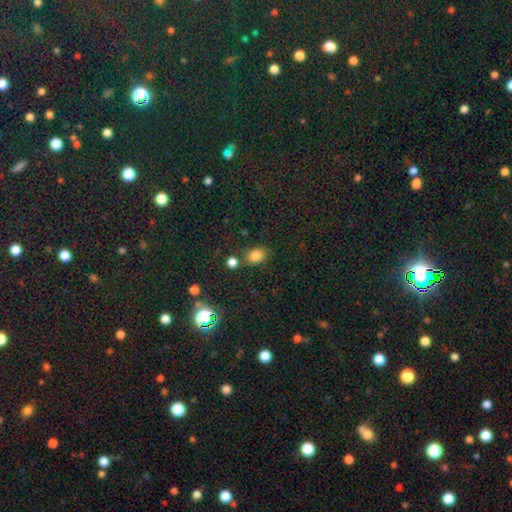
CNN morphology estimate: This is clearly a smooth galaxy (80%). How rounded: likely in between (66%). Merging: likely none (72%).